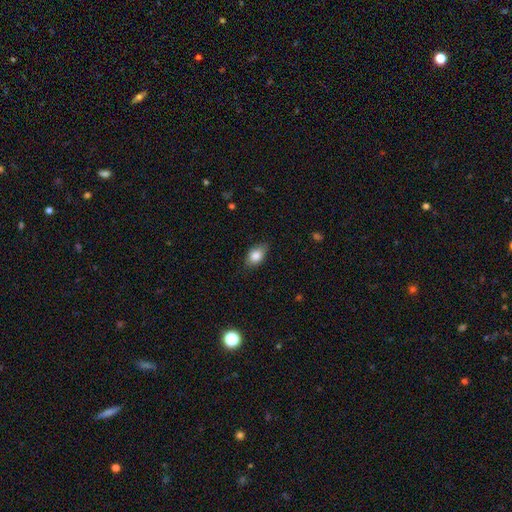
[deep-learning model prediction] Smooth or featured: smooth — 82% (featured or disk — 10%)
How rounded: in between — 85% (round — 13%)
Merging: none — 80% (minor disturbance — 16%)